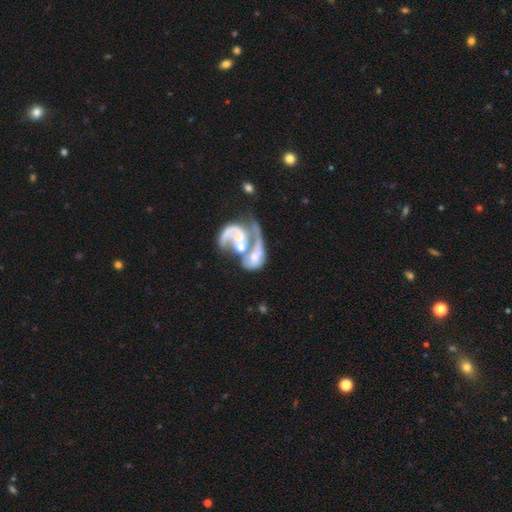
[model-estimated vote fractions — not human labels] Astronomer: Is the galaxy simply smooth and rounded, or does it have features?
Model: featured or disk — 73%.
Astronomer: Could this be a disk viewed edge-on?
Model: no — 97%.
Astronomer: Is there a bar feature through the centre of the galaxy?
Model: no — 70%.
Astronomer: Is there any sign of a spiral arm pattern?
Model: yes — 69%.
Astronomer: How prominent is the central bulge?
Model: moderate — 49% (runner-up: small, 24%).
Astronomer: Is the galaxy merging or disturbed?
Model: merger — 70%.